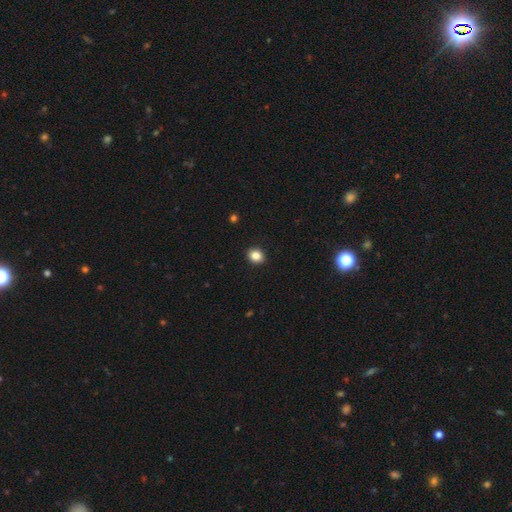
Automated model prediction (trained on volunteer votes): Q: Smooth or featured?
A: smooth (85%); runner-up: star or artifact (10%)
Q: How rounded?
A: round (66%); runner-up: in between (33%)
Q: Merging?
A: none (92%); runner-up: minor disturbance (5%)